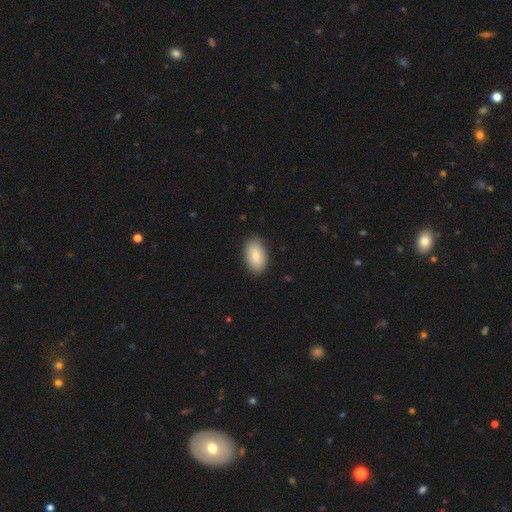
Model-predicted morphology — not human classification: A smooth galaxy with no disk features (84%) that is in between round and cigar-shaped (93%).

Vote fractions:
- Smooth or featured? smooth: 84% / featured or disk: 9% / star or artifact: 6%
- How rounded? in between: 93% / round: 6% / cigar-shaped: 1%
- Merging? none: 87% / minor disturbance: 10% / major disturbance: 2% / merger: 1%